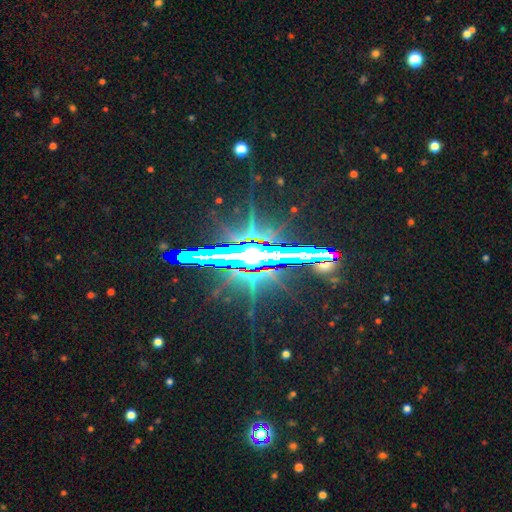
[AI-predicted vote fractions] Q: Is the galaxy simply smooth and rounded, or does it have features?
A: star or artifact — 78%.